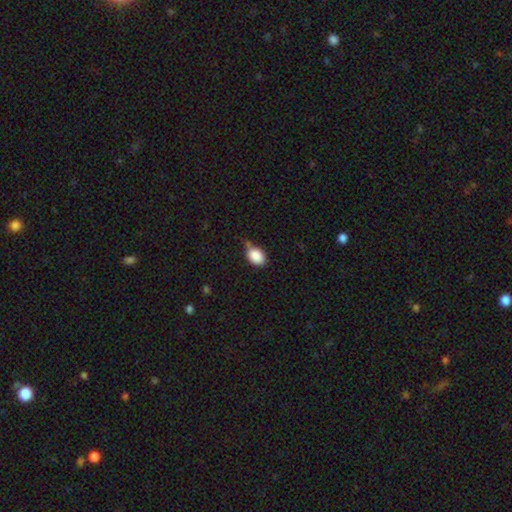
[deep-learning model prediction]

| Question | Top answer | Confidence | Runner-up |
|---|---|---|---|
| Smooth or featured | smooth | 87% | star or artifact (8%) |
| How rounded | in between | 78% | round (21%) |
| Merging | none | 47% | minor disturbance (39%) |